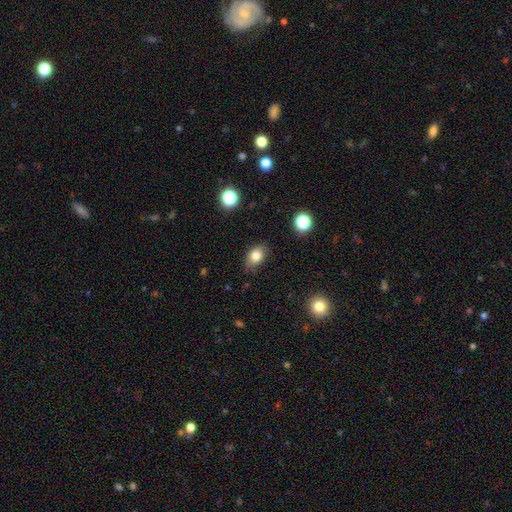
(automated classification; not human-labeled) Smooth or featured?
  - smooth: 81% *
  - star or artifact: 10%
  - featured or disk: 9%
How rounded?
  - in between: 80% *
  - round: 19%
  - cigar-shaped: 2%
Merging?
  - none: 76% *
  - minor disturbance: 19%
  - major disturbance: 4%
  - merger: 2%